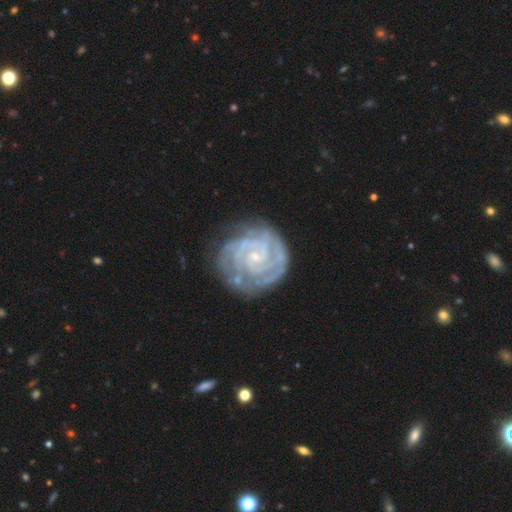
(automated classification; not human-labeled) Morphology: type=featured or disk (90%); edge-on=no (98%); bar=no (62%); spiral arms=yes (98%); winding=tight (81%); arm count=2 (29%); bulge=small (81%); merging=none (72%).